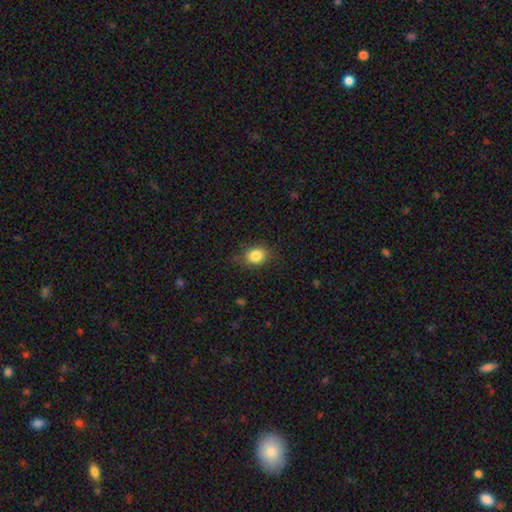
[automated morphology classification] Smooth or featured? smooth (85%)
How rounded? round (50%)
Merging? none (79%)